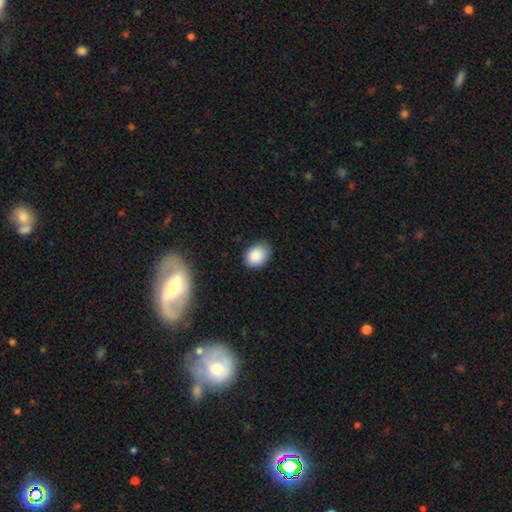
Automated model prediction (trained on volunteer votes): A smooth galaxy with no disk features (87%) that is in between round and cigar-shaped (70%).

Vote fractions:
- Smooth or featured? smooth: 87% / star or artifact: 8% / featured or disk: 5%
- How rounded? in between: 70% / round: 29% / cigar-shaped: 1%
- Merging? none: 77% / minor disturbance: 18% / major disturbance: 3% / merger: 1%